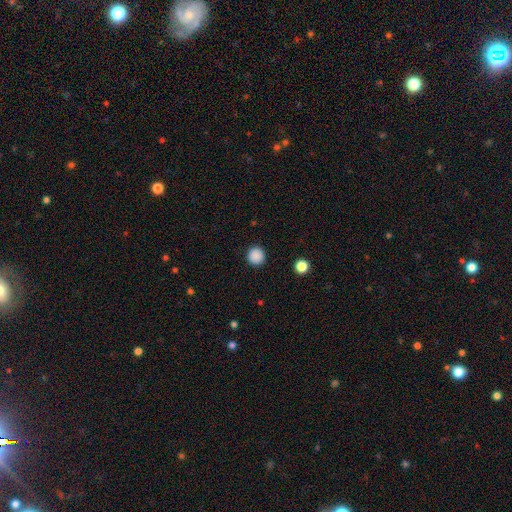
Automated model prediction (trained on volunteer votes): The model was most divided on "smooth or featured": smooth: 88%, star or artifact: 10%, featured or disk: 2%. More confident: how rounded — round (95%); merging — none (92%).